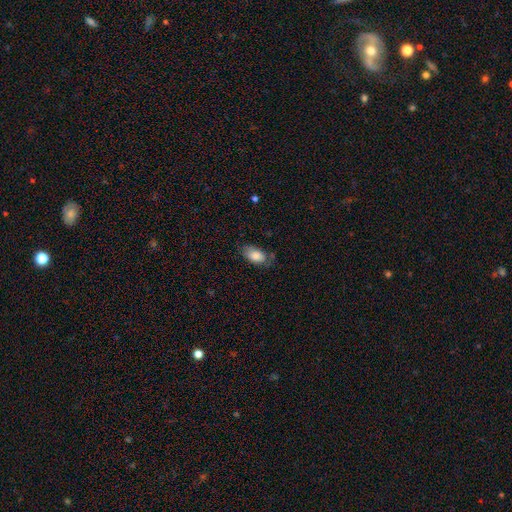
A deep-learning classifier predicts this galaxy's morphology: A smooth galaxy with no disk features (82%) that is in between round and cigar-shaped (93%).

Vote fractions:
- Smooth or featured? smooth: 82% / featured or disk: 11% / star or artifact: 7%
- How rounded? in between: 93% / round: 5% / cigar-shaped: 3%
- Merging? none: 62% / minor disturbance: 28% / major disturbance: 8% / merger: 2%